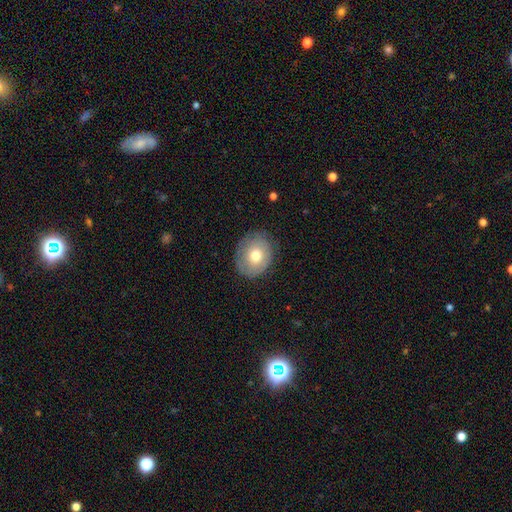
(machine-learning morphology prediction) Smooth or featured: smooth — 66% (featured or disk — 26%)
How rounded: round — 63% (in between — 36%)
Merging: none — 80% (minor disturbance — 15%)